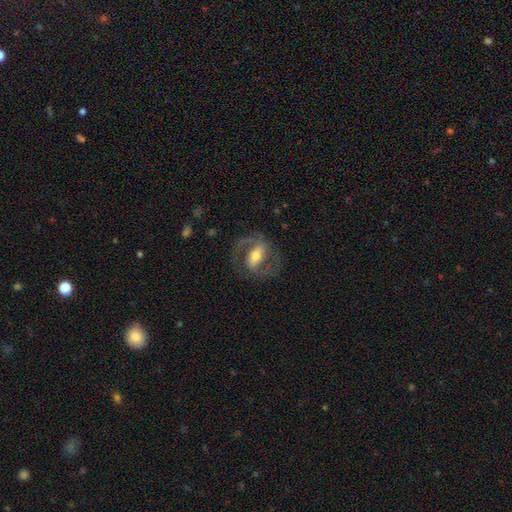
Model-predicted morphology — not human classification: Smooth or featured: featured or disk — 82% (smooth — 12%)
Edge-on disk: no — 95% (yes — 5%)
Bar: strong — 52% (weak — 34%)
Spiral arms: yes — 91% (no — 9%)
Spiral winding: medium — 57% (tight — 22%)
Spiral arm count: 2 — 88% (1 — 5%)
Bulge size: moderate — 62% (small — 24%)
Merging: none — 75% (minor disturbance — 13%)